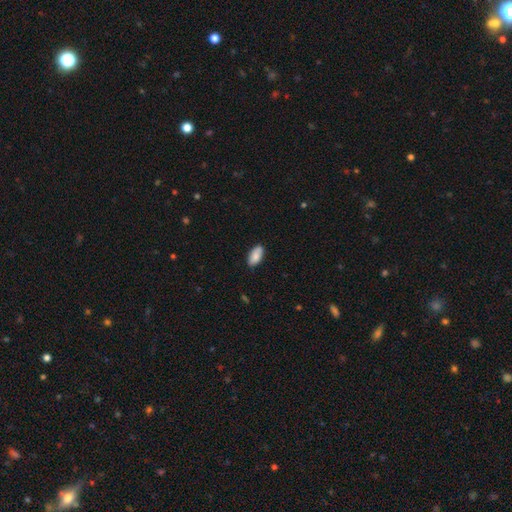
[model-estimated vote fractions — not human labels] Overall: smooth (86%). How rounded: in between (92%). Merging: none (83%).